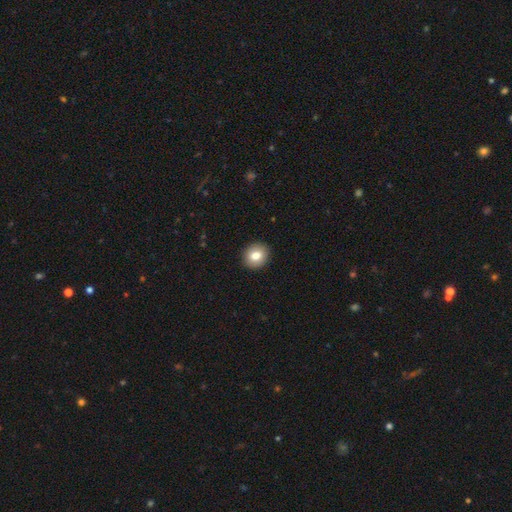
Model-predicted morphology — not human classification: type=smooth (81%); roundness=round (80%); merging=none (92%).